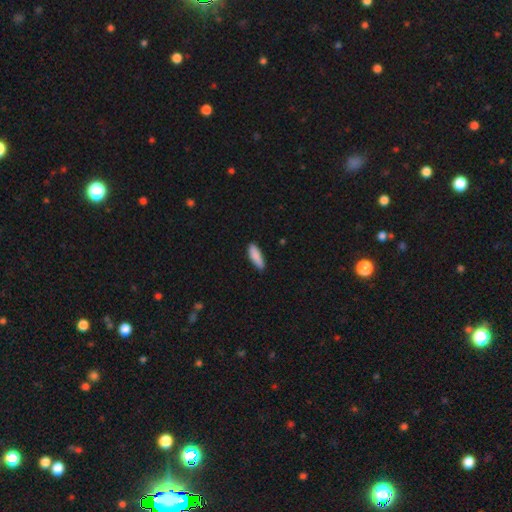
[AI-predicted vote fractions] The model was most divided on "how rounded": in between: 52%, cigar-shaped: 47%, round: 2%. More confident: smooth or featured — smooth (88%); merging — none (81%).